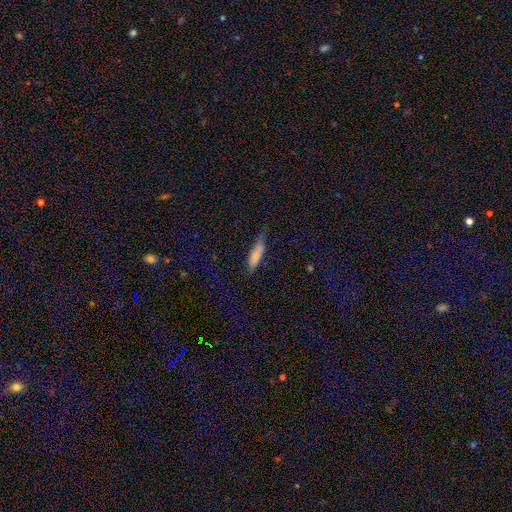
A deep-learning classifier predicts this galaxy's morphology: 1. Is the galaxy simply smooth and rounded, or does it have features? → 68% smooth, 24% featured or disk, 8% star or artifact.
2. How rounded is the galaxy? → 70% cigar-shaped, 28% in between, 2% round.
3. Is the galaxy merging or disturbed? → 55% none, 31% minor disturbance, 10% major disturbance, 5% merger.